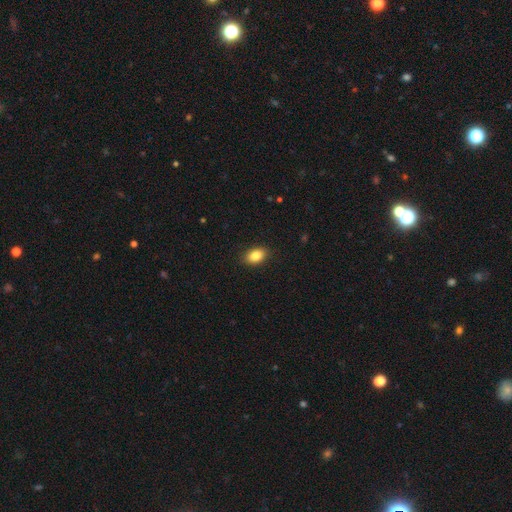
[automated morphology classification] Smooth or featured? smooth (85%)
How rounded? in between (85%)
Merging? none (89%)